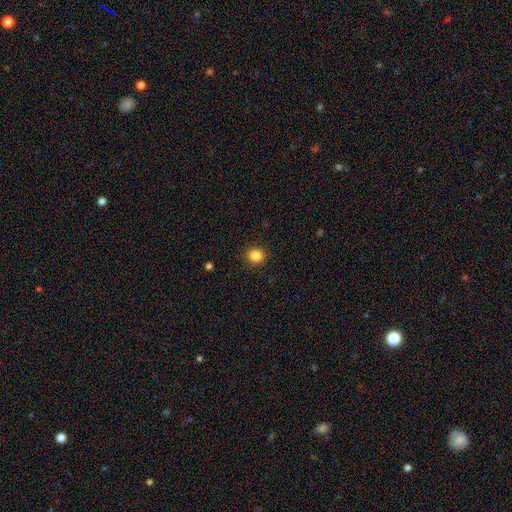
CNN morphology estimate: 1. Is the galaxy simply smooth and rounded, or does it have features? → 85% smooth, 11% star or artifact, 4% featured or disk.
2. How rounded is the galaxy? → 82% round, 18% in between, 1% cigar-shaped.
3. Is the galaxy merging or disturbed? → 91% none, 6% minor disturbance, 2% major disturbance, 1% merger.